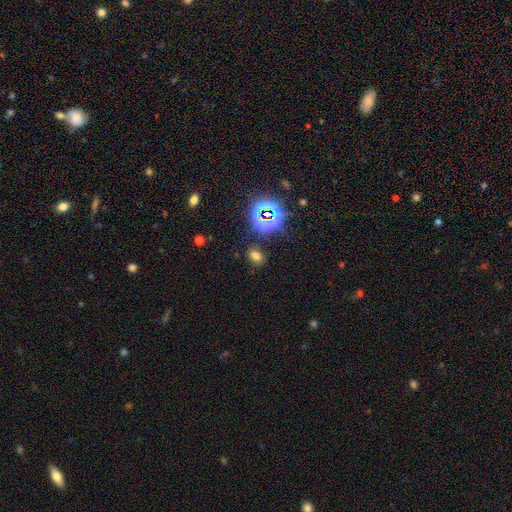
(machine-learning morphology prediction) Smooth or featured? Predicted: smooth (p=0.59). How rounded? Predicted: in between (p=0.70). Merging? Predicted: none (p=0.81).